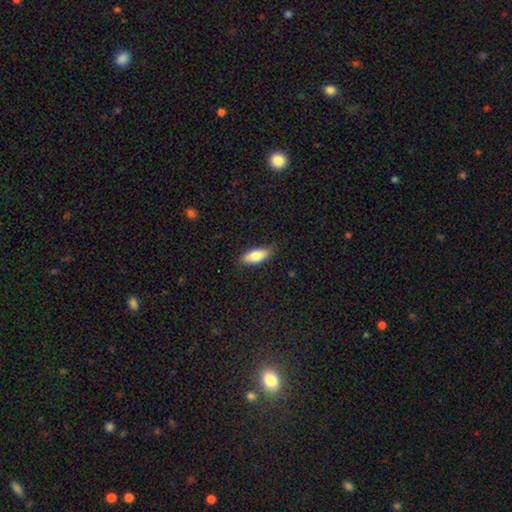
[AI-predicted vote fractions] Overall: smooth (79%). How rounded: in between (79%). Merging: none (85%).